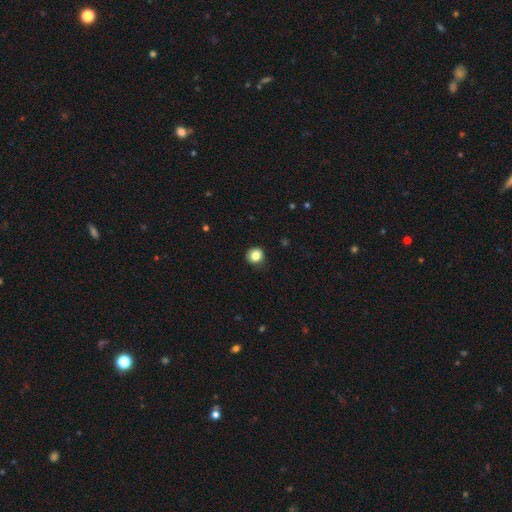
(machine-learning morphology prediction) type=smooth (84%); roundness=round (89%); merging=none (83%).